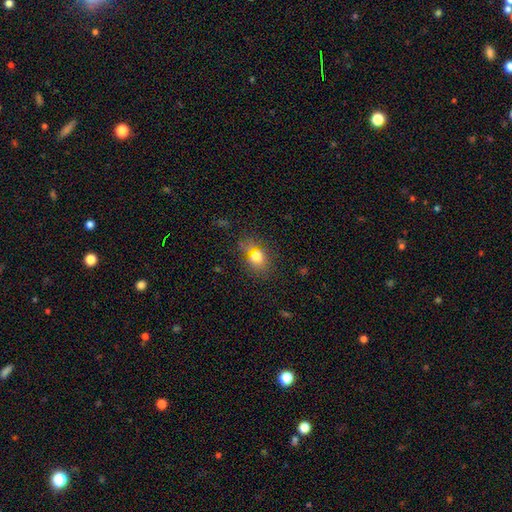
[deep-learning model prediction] This is likely a smooth galaxy (73%). How rounded: possibly in between (51%). Merging: likely none (72%).